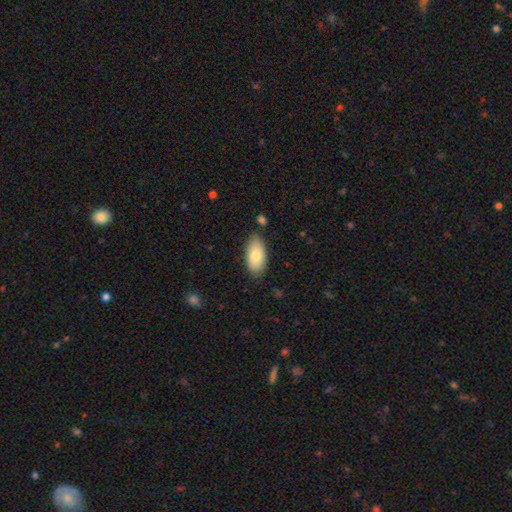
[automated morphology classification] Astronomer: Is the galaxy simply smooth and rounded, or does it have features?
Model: smooth — 78%.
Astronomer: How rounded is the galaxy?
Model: in between — 94%.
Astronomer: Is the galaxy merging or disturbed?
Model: none — 80%.